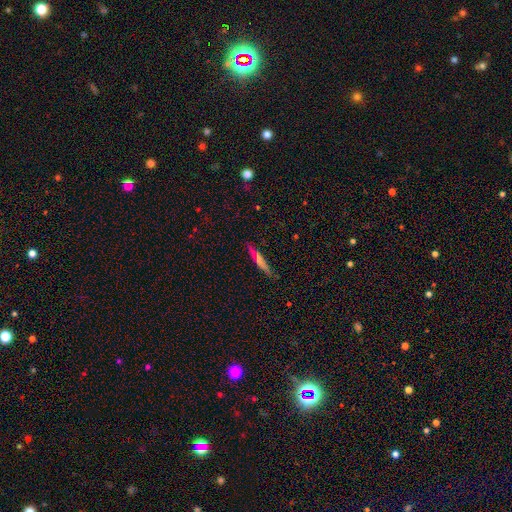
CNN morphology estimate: A featured or disk galaxy (61%) viewed edge-on (96%) with a rounded central bulge (66%). Merging: none (89%).